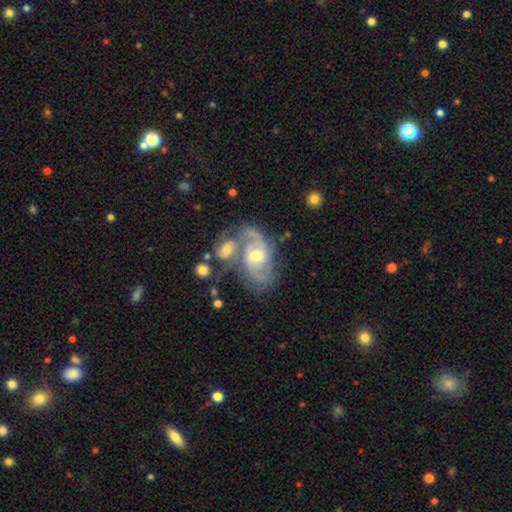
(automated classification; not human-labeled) smooth-or-featured: featured or disk: 84% | smooth: 11% | star or artifact: 6%
  disk-edge-on: no: 97% | yes: 3%
    bar: no: 52% | weak: 38% | strong: 10%
    has-spiral-arms: yes: 93% | no: 7%
      spiral-winding: medium: 50% | tight: 31% | loose: 18%
      spiral-arm-count: 2: 70% | can't tell: 13% | 3: 9% | 1: 4% | 4: 2% | more than 4: 2%
    bulge-size: moderate: 68% | small: 26% | large: 4% | none: 1% | dominant: 1%
  merging: merger: 48% | none: 30% | minor disturbance: 13% | major disturbance: 9%